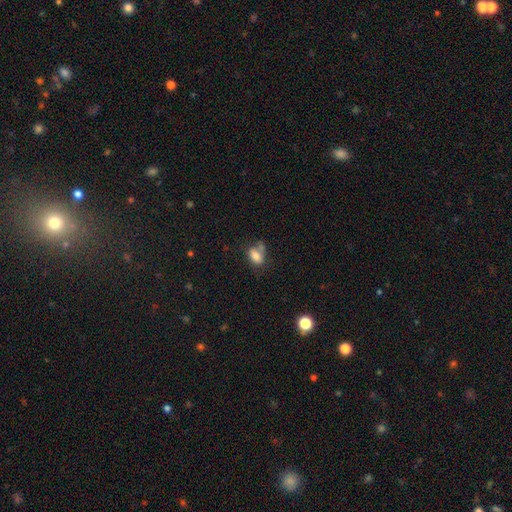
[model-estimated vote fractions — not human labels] The model was most divided on "merging": none: 42%, merger: 23%, minor disturbance: 22%, major disturbance: 12%. More confident: how rounded — in between (86%); smooth or featured — smooth (77%).